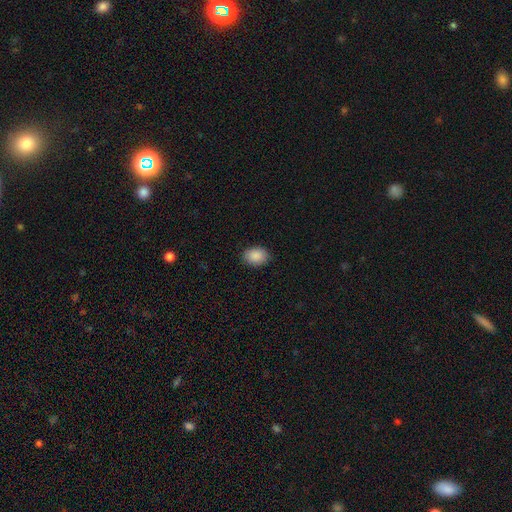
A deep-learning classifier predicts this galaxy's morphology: A smooth galaxy with no disk features (89%) that is in between round and cigar-shaped (74%).

Vote fractions:
- Smooth or featured? smooth: 89% / star or artifact: 7% / featured or disk: 3%
- How rounded? in between: 74% / round: 25% / cigar-shaped: 1%
- Merging? none: 88% / minor disturbance: 9% / major disturbance: 2% / merger: 1%